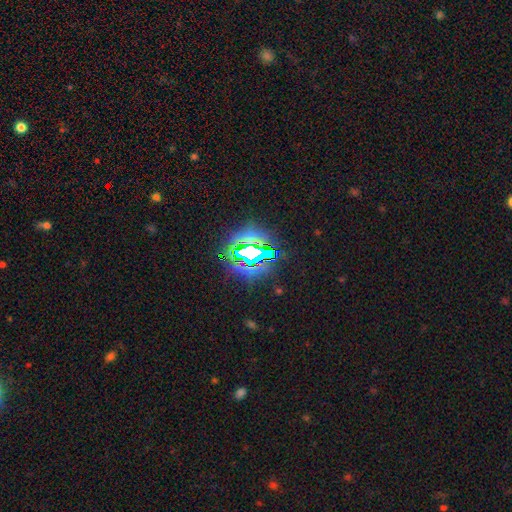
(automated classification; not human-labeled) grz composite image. It shows a star or artifact, not a galaxy (75%).